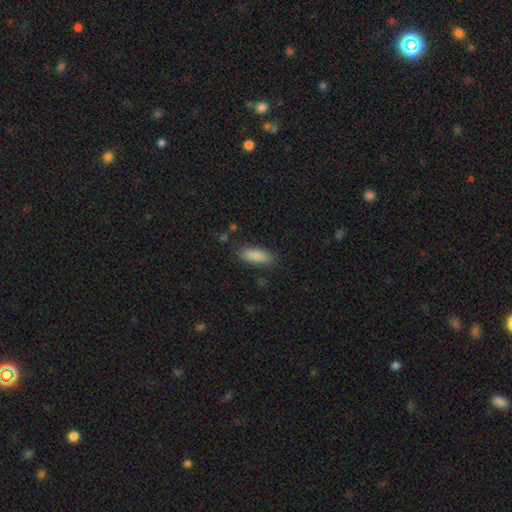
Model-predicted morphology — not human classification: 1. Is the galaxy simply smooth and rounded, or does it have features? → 88% smooth, 7% star or artifact, 5% featured or disk.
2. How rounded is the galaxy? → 73% in between, 25% cigar-shaped, 2% round.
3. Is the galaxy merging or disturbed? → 83% none, 12% minor disturbance, 3% major disturbance, 2% merger.